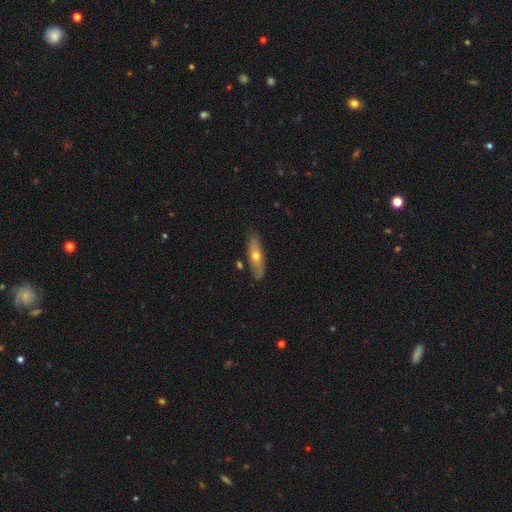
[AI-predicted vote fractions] Morphology: type=smooth (53%); roundness=cigar-shaped (49%); merging=none (81%).